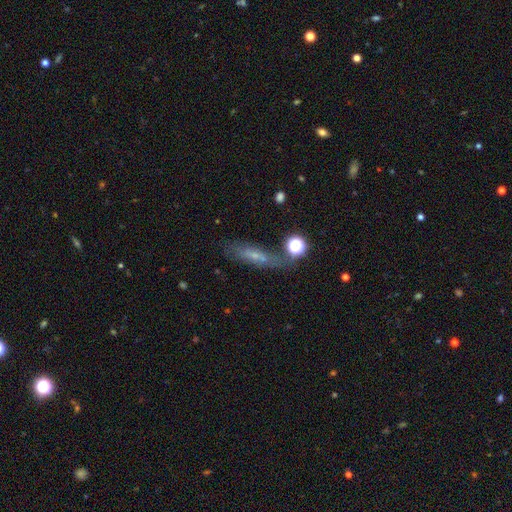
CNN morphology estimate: The model was most divided on "smooth or featured": smooth: 48%, featured or disk: 36%, star or artifact: 15%. More confident: merging — none (60%).